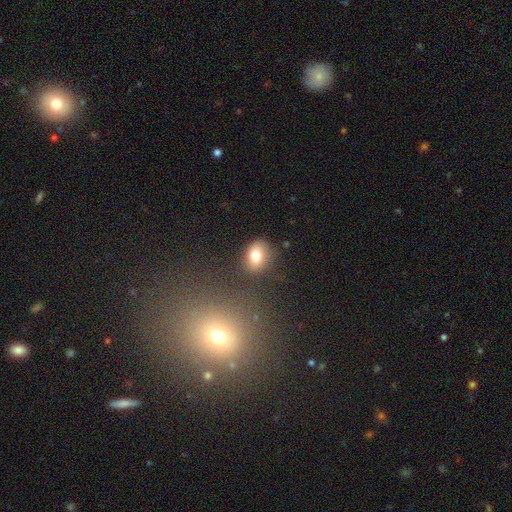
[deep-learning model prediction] This appears to be a smooth galaxy with no disk features (77%) that is in between round and cigar-shaped (56%). Merging: none (79%).